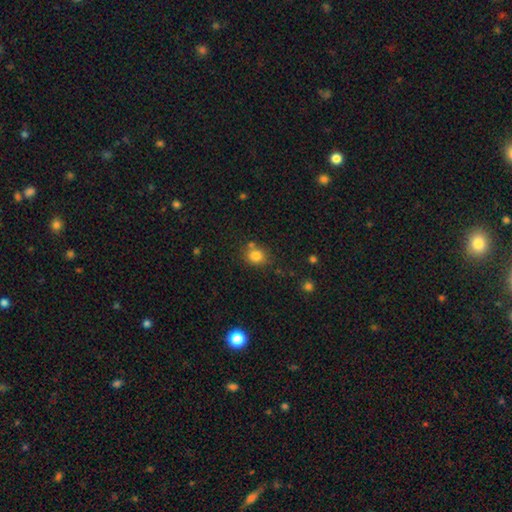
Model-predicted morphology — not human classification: smooth_or_featured: smooth (p=0.81) [alt: star or artifact p=0.12]
how_rounded: round (p=0.68) [alt: in between p=0.31]
merging: none (p=0.66) [alt: merger p=0.15]